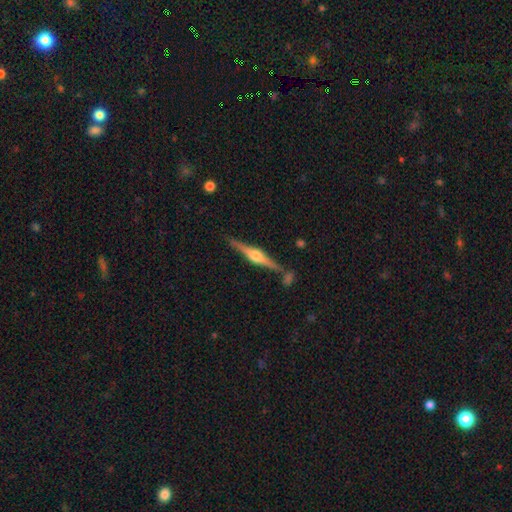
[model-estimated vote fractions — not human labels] A featured or disk galaxy (81%) viewed edge-on (98%) with a rounded central bulge (91%).

Vote fractions:
- Smooth or featured? featured or disk: 81% / smooth: 13% / star or artifact: 6%
- Edge-on disk? yes: 98% / no: 2%
- Edge-on bulge? rounded: 91% / boxy: 7% / none: 2%
- Merging? none: 83% / minor disturbance: 10% / merger: 5% / major disturbance: 2%